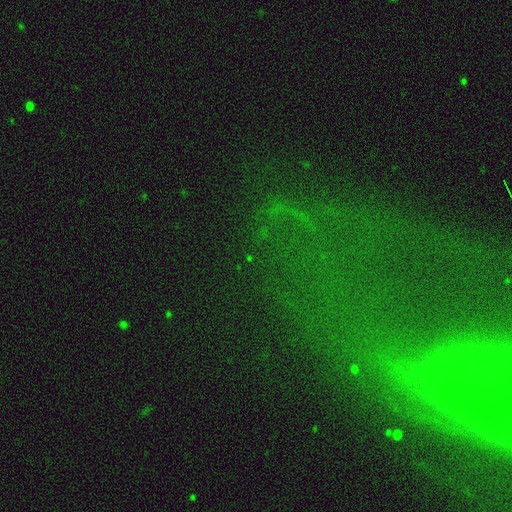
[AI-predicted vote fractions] Smooth or featured? Predicted: star or artifact (p=0.59).